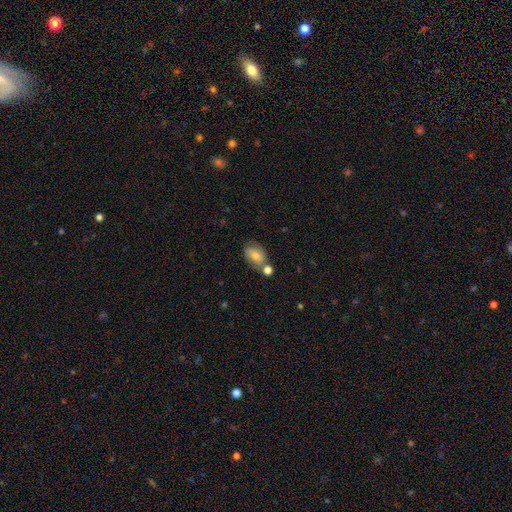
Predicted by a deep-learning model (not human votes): Smooth or featured? Predicted: smooth (p=0.67). How rounded? Predicted: in between (p=0.82). Merging? Predicted: none (p=0.56).